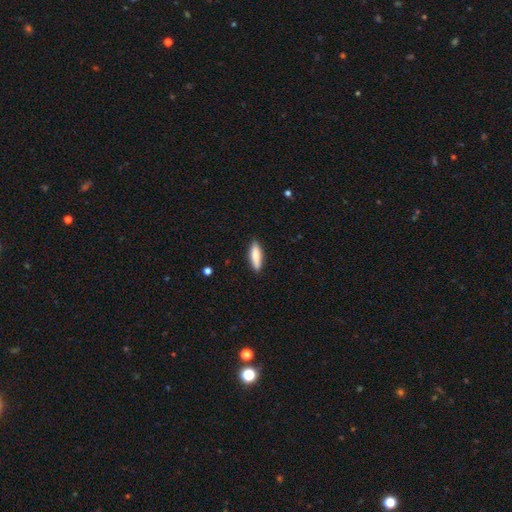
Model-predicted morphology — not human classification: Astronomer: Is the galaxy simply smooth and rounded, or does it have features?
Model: smooth — 78%.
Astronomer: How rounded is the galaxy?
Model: cigar-shaped — 61% (runner-up: in between, 37%).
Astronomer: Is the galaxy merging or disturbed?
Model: none — 87%.